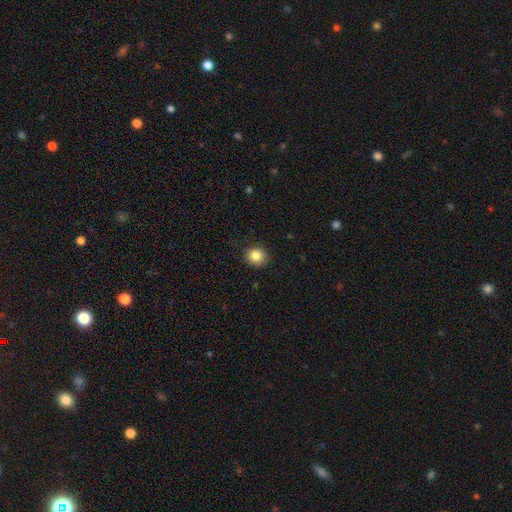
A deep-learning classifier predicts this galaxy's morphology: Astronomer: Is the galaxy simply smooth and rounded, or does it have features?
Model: smooth — 86%.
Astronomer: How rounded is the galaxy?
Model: round — 85%.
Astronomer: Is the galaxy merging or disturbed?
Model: none — 86%.